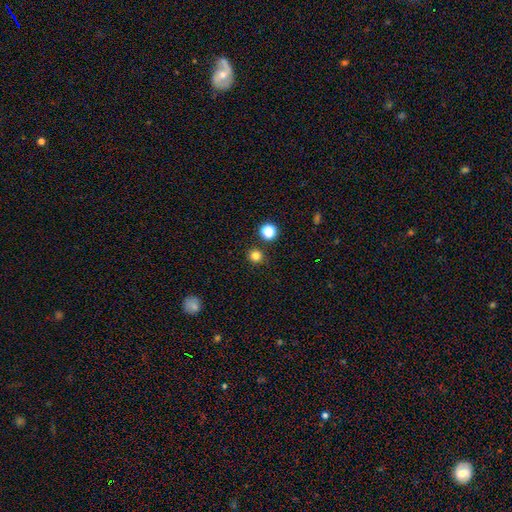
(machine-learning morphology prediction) Smooth or featured: smooth — 80% (star or artifact — 16%)
How rounded: round — 94% (in between — 5%)
Merging: none — 89% (minor disturbance — 5%)